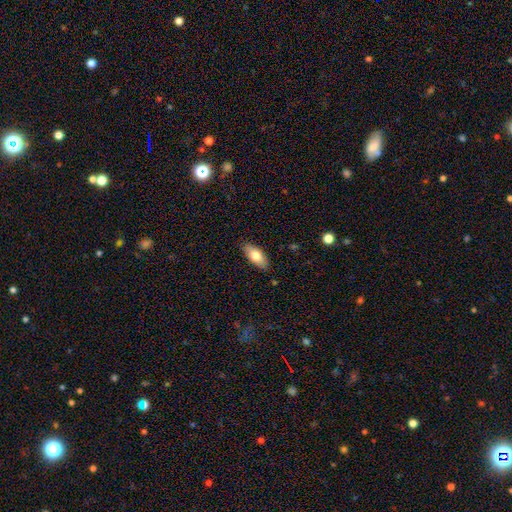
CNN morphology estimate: smooth 76%, featured or disk 17%, star or artifact 6%. Down the decision tree: how rounded — in between (85%); merging — none (86%).